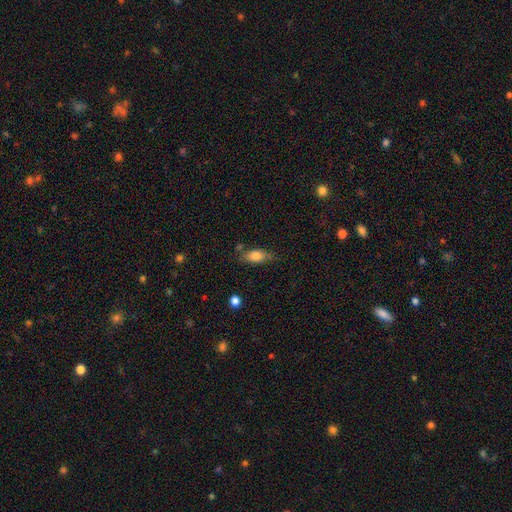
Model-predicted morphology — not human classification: This appears to be a smooth galaxy with no disk features (77%) that is in between round and cigar-shaped (80%). Merging: none (66%).